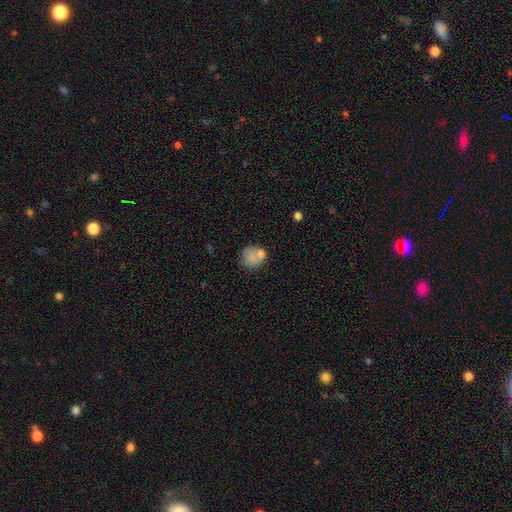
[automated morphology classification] This is likely a smooth galaxy (76%). How rounded: likely round (79%). Merging: possibly none (53%).